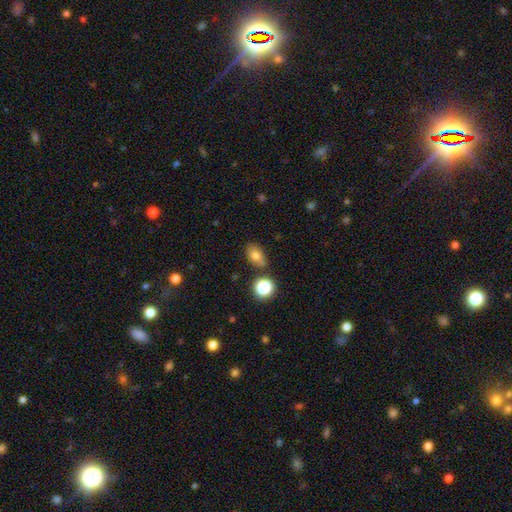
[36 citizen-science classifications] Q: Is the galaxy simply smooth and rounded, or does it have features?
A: smooth — 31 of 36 (86%).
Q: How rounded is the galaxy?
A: in between — 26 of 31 (84%).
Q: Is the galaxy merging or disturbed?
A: none — 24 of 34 (71%).